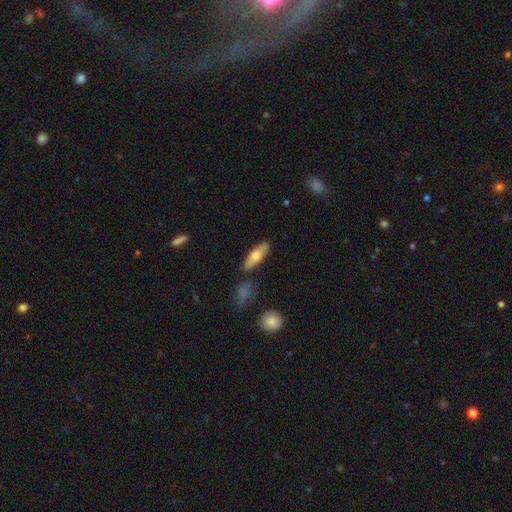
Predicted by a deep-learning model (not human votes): Smooth or featured: smooth — 65% (featured or disk — 29%)
How rounded: in between — 60% (cigar-shaped — 38%)
Merging: none — 82% (minor disturbance — 12%)